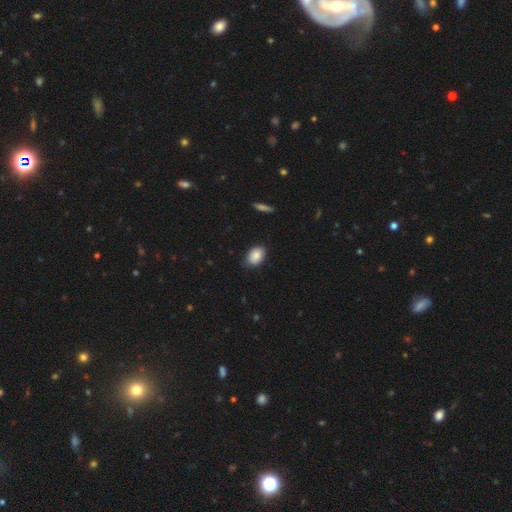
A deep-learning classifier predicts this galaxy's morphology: Smooth or featured?
  - smooth: 87% *
  - star or artifact: 7%
  - featured or disk: 6%
How rounded?
  - in between: 84% *
  - round: 15%
  - cigar-shaped: 1%
Merging?
  - none: 81% *
  - minor disturbance: 16%
  - major disturbance: 2%
  - merger: 1%